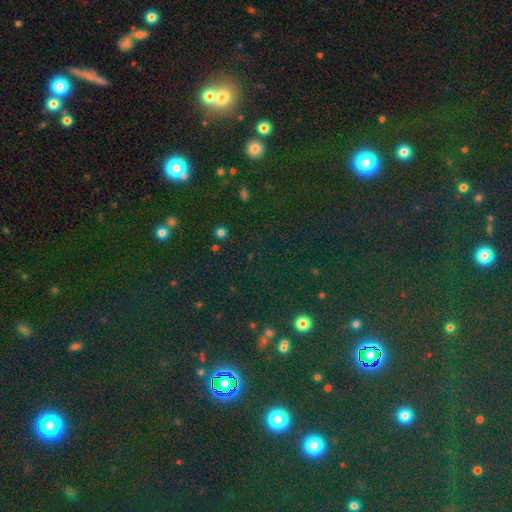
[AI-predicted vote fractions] Overall: star or artifact (75%).